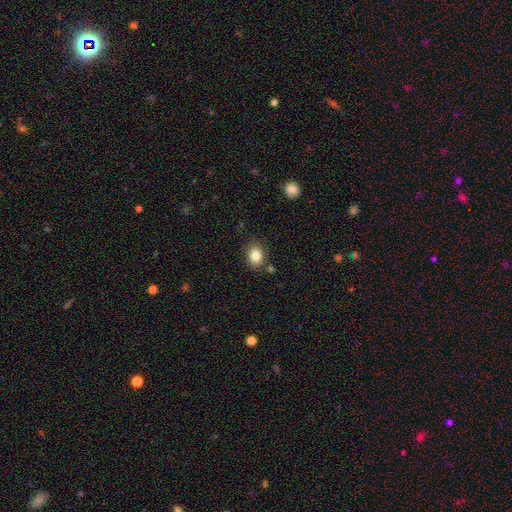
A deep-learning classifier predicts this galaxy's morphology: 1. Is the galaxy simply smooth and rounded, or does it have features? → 84% smooth, 9% star or artifact, 6% featured or disk.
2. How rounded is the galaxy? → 60% in between, 39% round, 1% cigar-shaped.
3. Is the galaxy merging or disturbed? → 81% none, 12% minor disturbance, 4% merger, 3% major disturbance.